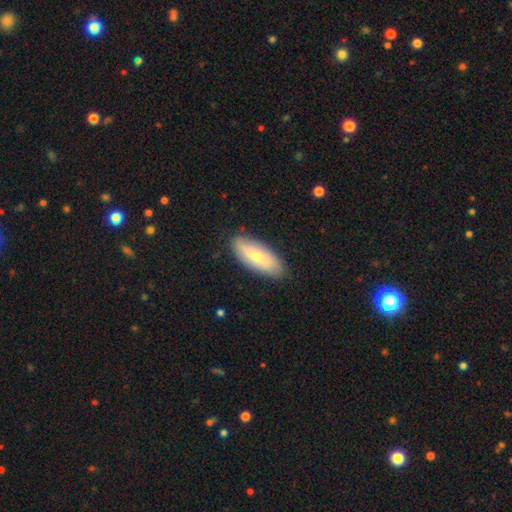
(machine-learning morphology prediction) Q: Smooth or featured?
A: smooth (60%); runner-up: featured or disk (32%)
Q: How rounded?
A: in between (75%); runner-up: cigar-shaped (23%)
Q: Merging?
A: none (86%); runner-up: minor disturbance (11%)